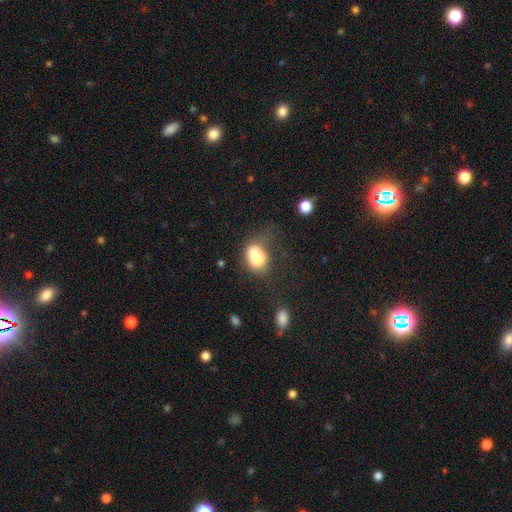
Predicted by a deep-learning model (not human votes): This appears to be a smooth galaxy with no disk features (82%) that is in between round and cigar-shaped (72%). Merging: none (42%).